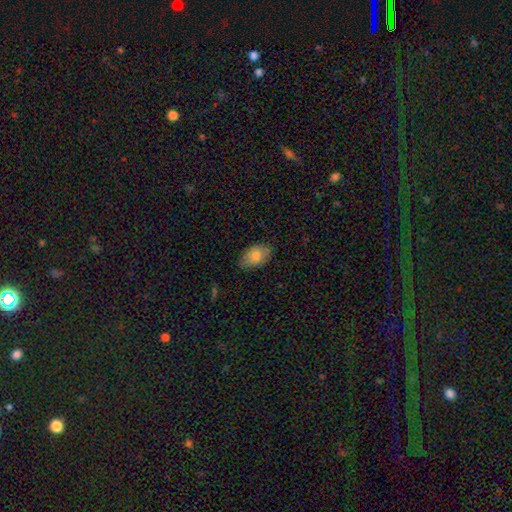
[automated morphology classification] Overall: smooth (81%). How rounded: in between (91%). Merging: none (80%).